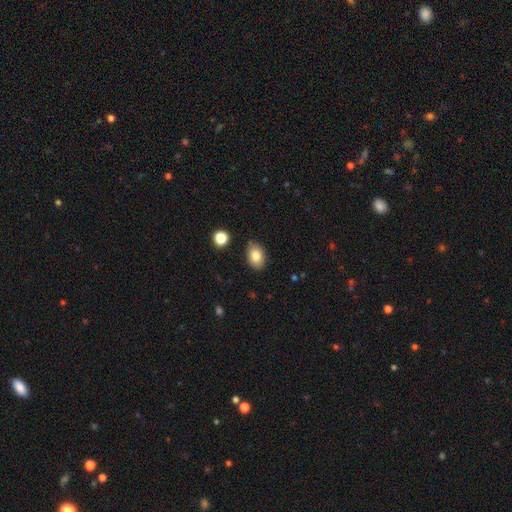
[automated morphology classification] smooth 82%, featured or disk 10%, star or artifact 9%. Down the decision tree: how rounded — in between (80%); merging — none (84%).